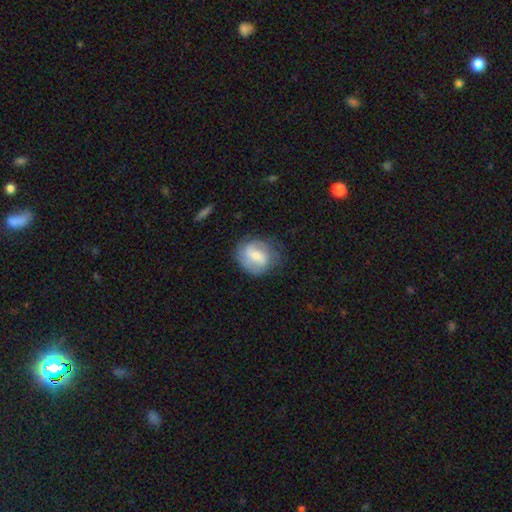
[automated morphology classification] This is likely a featured or disk galaxy (62%). It is clearly not viewed edge-on (97%). Bar: possibly weak (53%). Spiral arm pattern: clearly yes (87%). Spiral arm count: likely 2 (63%). Spiral winding: marginally medium (44%). Central bulge: possibly small (46%). Merging: likely none (67%).